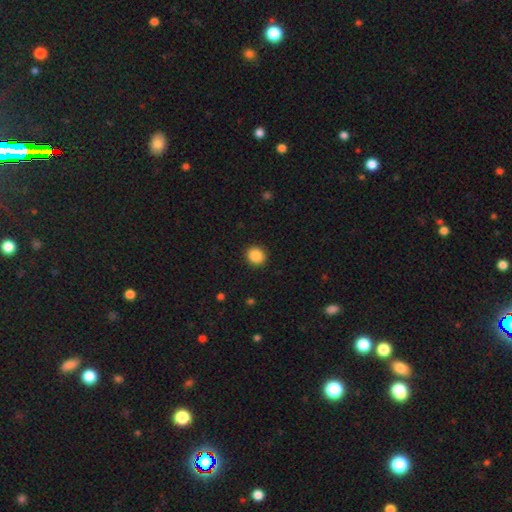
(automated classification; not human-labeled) Q: Smooth or featured?
A: smooth (88%); runner-up: star or artifact (9%)
Q: How rounded?
A: round (82%); runner-up: in between (17%)
Q: Merging?
A: none (92%); runner-up: minor disturbance (5%)